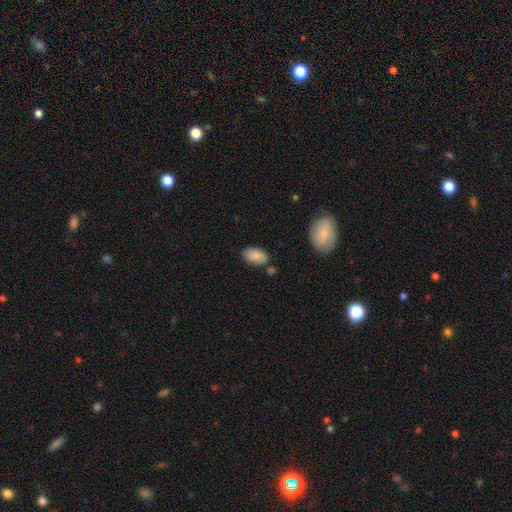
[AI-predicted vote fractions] Smooth or featured: smooth — 86% (star or artifact — 7%)
How rounded: in between — 93% (round — 6%)
Merging: none — 74% (minor disturbance — 17%)